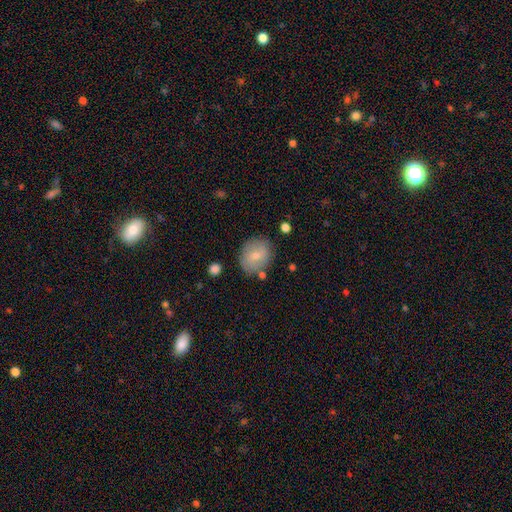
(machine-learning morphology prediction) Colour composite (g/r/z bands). It shows a smooth galaxy with no disk features (69%) that is round (60%). Merging: none (78%).